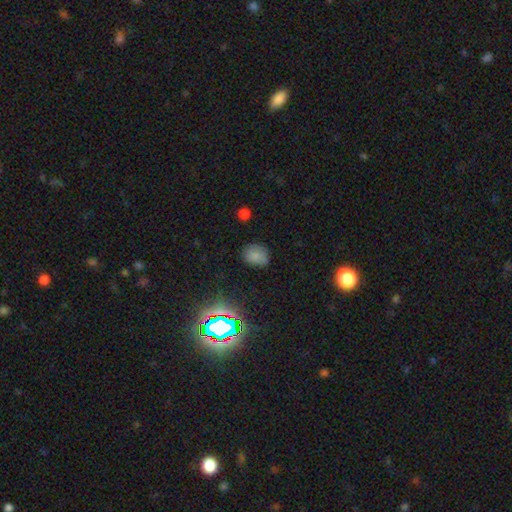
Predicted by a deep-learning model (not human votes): The model was most divided on "how rounded": in between: 50%, round: 49%, cigar-shaped: 1%. More confident: smooth or featured — smooth (75%); merging — none (72%).